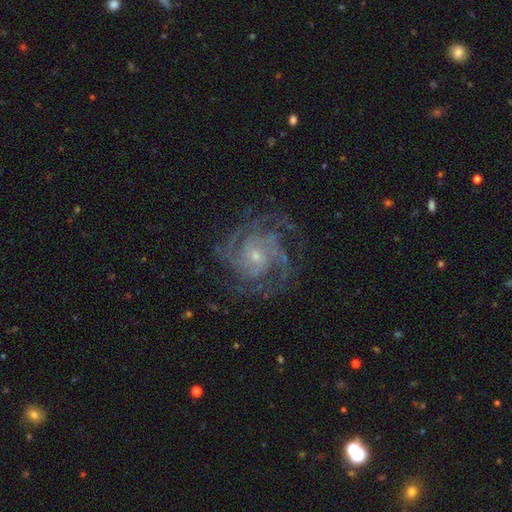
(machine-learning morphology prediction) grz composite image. It shows a featured or disk galaxy (89%) with no bar (67%), 3 (25%, tied with 4) tight (59%) spiral arms (97%) and a small central bulge (74%). Merging: none (75%).